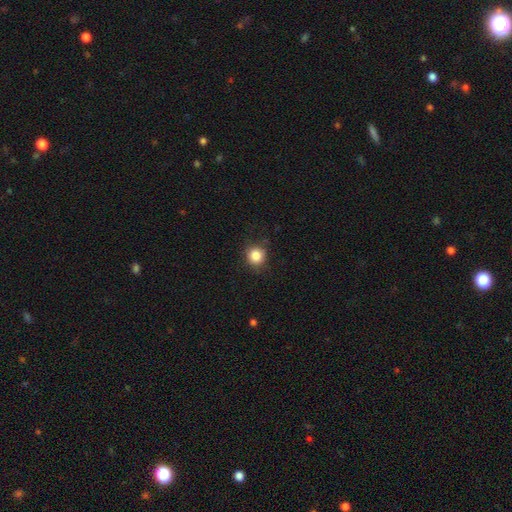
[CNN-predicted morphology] smooth-or-featured: smooth: 85% | star or artifact: 11% | featured or disk: 5%
  how-rounded: round: 89% | in between: 10% | cigar-shaped: 1%
  merging: none: 83% | minor disturbance: 13% | major disturbance: 3% | merger: 1%